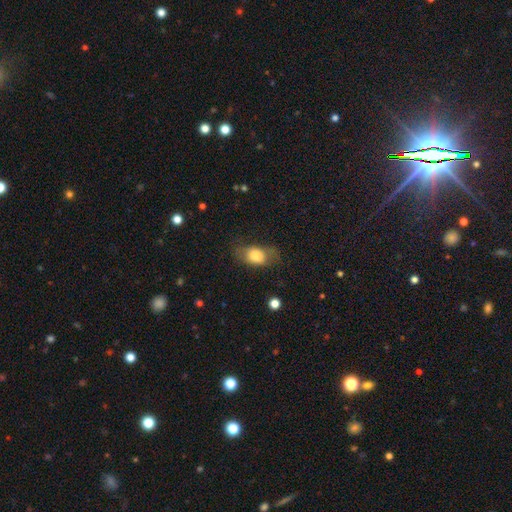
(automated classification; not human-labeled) Smooth or featured: smooth — 75% (featured or disk — 17%)
How rounded: in between — 82% (round — 15%)
Merging: none — 65% (minor disturbance — 23%)